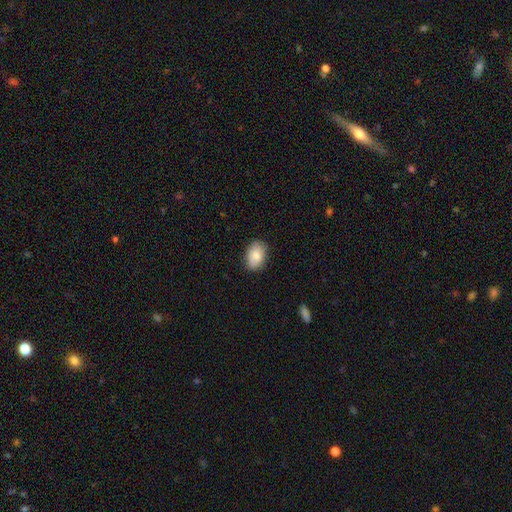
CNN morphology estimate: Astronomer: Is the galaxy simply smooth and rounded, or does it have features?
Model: smooth — 82%.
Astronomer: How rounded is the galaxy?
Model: in between — 84%.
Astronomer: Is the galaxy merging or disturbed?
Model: none — 84%.